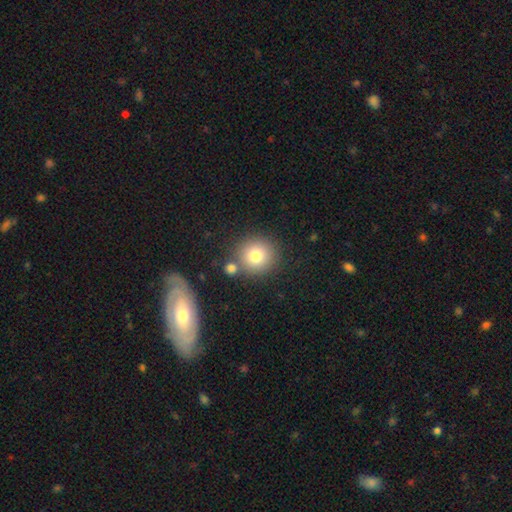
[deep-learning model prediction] smooth 78%, star or artifact 11%, featured or disk 11%. Down the decision tree: how rounded — round (92%); merging — none (75%).